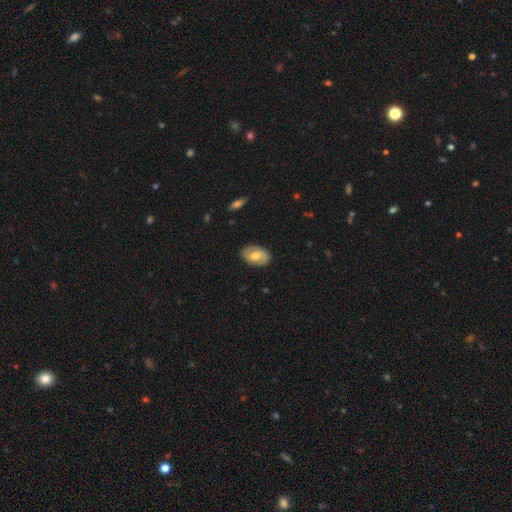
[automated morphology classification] featured or disk 54%, smooth 40%, star or artifact 6%. Down the decision tree: edge-on disk — no (94%); bar — weak (43%); spiral arms — yes (66%); bulge size — moderate (70%); merging — none (83%).